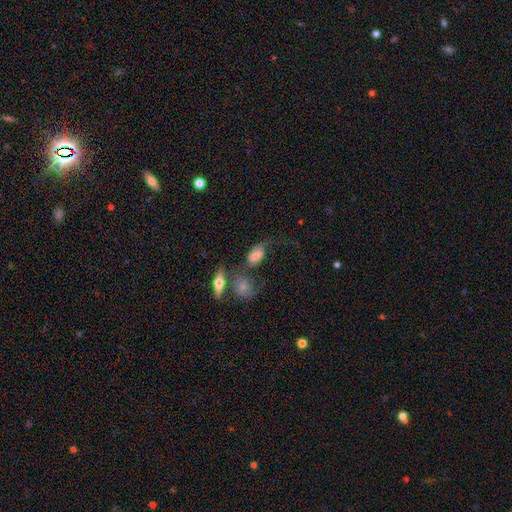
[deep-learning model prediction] The model was most divided on "merging": none: 38%, minor disturbance: 23%, major disturbance: 21%, merger: 18%. More confident: how rounded — in between (88%); smooth or featured — smooth (65%).